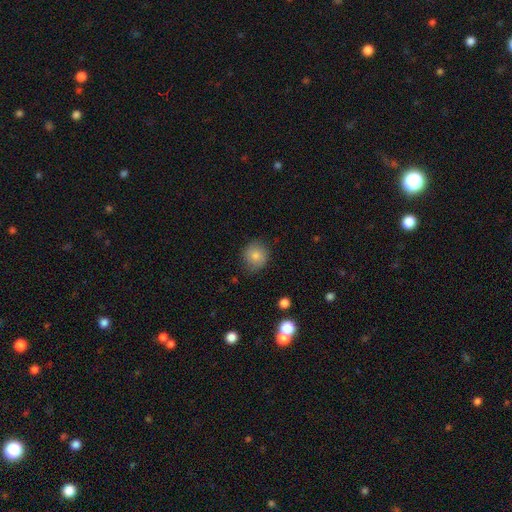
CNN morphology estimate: A smooth galaxy with no disk features (81%) that is round (86%).

Vote fractions:
- Smooth or featured? smooth: 81% / star or artifact: 10% / featured or disk: 9%
- How rounded? round: 86% / in between: 13% / cigar-shaped: 1%
- Merging? none: 81% / minor disturbance: 15% / major disturbance: 3% / merger: 1%